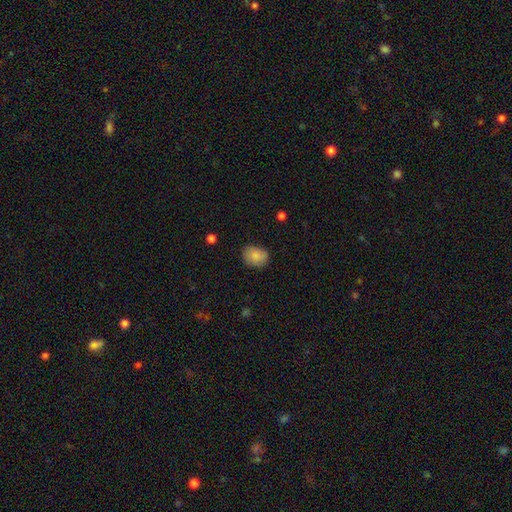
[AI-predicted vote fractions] A smooth galaxy with no disk features (84%) that is in between round and cigar-shaped (60%). Merging: none (73%).